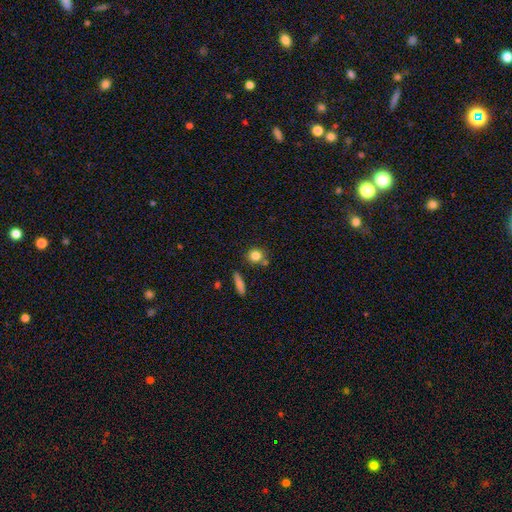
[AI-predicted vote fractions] smooth 81%, star or artifact 10%, featured or disk 8%. Down the decision tree: how rounded — round (82%); merging — none (69%).